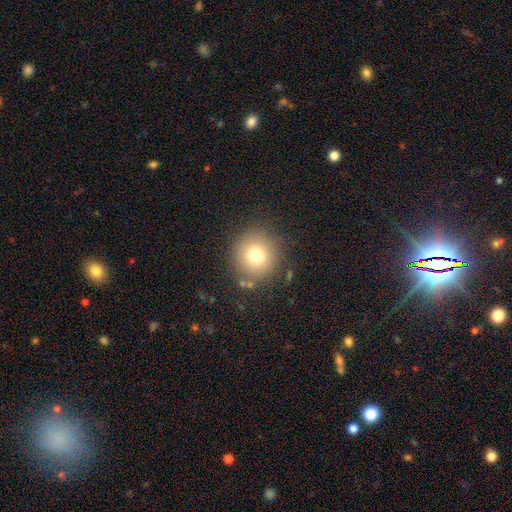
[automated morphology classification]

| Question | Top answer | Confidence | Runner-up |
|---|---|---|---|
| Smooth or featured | smooth | 74% | star or artifact (14%) |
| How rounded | round | 93% | in between (6%) |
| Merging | none | 85% | minor disturbance (8%) |